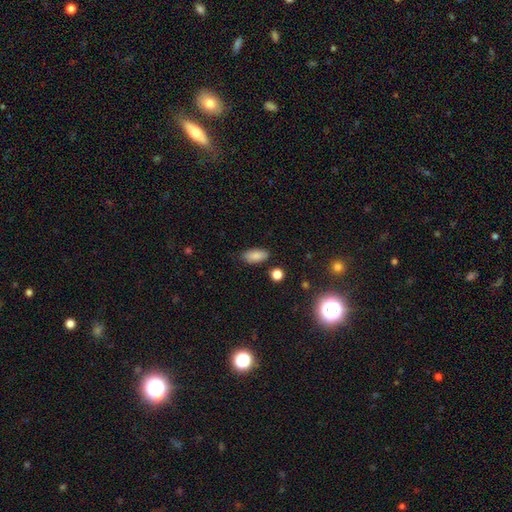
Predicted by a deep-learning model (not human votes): Smooth or featured? Predicted: smooth (p=0.85). How rounded? Predicted: in between (p=0.89). Merging? Predicted: none (p=0.81).